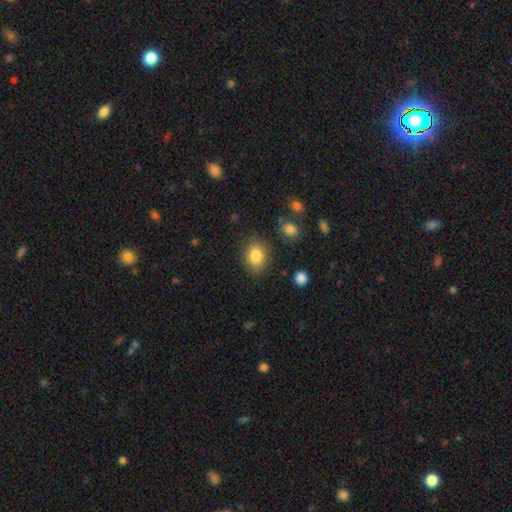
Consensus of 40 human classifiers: Q: Smooth or featured?
A: smooth (92%); runner-up: featured or disk (5%)
Q: How rounded?
A: in between (51%); runner-up: round (49%)
Q: Merging?
A: none (79%); runner-up: minor disturbance (15%)